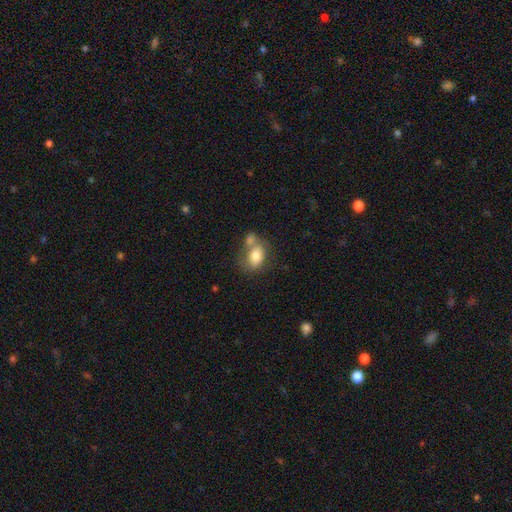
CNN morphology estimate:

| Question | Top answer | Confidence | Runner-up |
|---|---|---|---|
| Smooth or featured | smooth | 76% | featured or disk (16%) |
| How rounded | in between | 75% | round (23%) |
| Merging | merger | 41% | none (36%) |